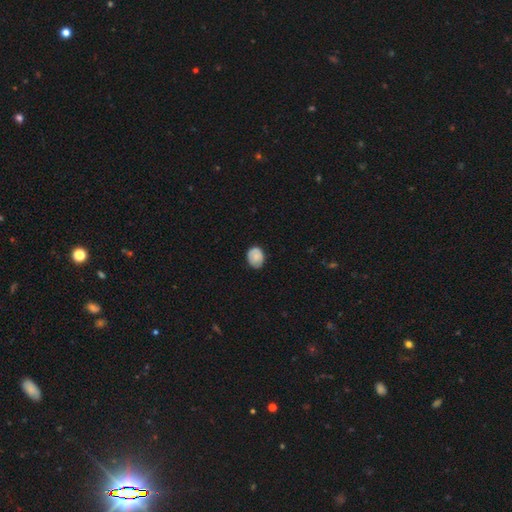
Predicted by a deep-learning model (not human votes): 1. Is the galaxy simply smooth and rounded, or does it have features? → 75% smooth, 17% featured or disk, 8% star or artifact.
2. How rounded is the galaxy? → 52% round, 47% in between, 1% cigar-shaped.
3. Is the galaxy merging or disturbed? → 75% none, 20% minor disturbance, 3% major disturbance, 1% merger.